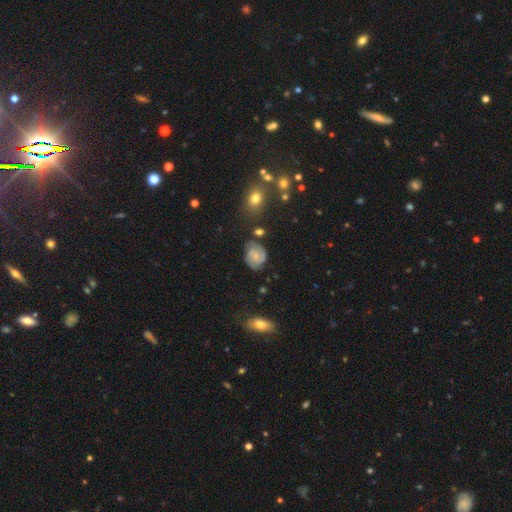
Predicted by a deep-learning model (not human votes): Q: Smooth or featured?
A: featured or disk (68%); runner-up: smooth (24%)
Q: Edge-on disk?
A: no (98%); runner-up: yes (2%)
Q: Bar?
A: no (63%); runner-up: weak (32%)
Q: Spiral arms?
A: yes (92%); runner-up: no (8%)
Q: Spiral winding?
A: tight (54%); runner-up: medium (37%)
Q: Spiral arm count?
A: 2 (53%); runner-up: can't tell (19%)
Q: Bulge size?
A: small (64%); runner-up: moderate (21%)
Q: Merging?
A: none (69%); runner-up: minor disturbance (21%)